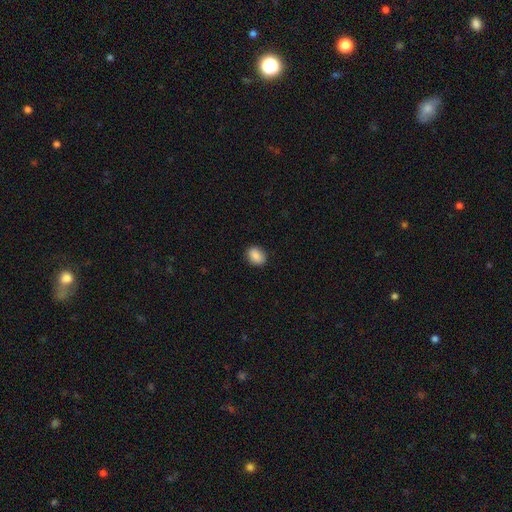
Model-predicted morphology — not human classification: smooth 88%, star or artifact 8%, featured or disk 4%. Down the decision tree: how rounded — in between (60%); merging — none (88%).